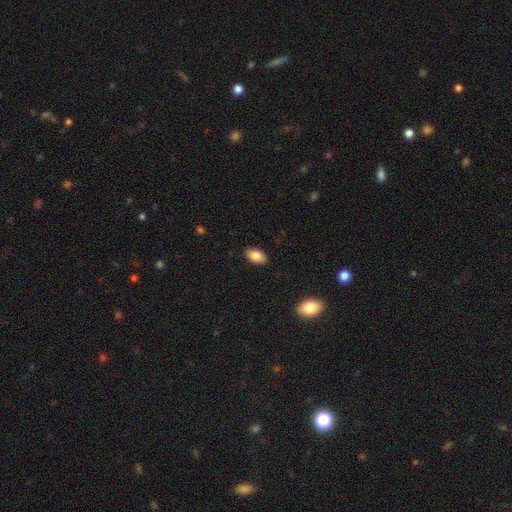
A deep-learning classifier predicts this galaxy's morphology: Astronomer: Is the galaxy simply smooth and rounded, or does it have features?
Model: smooth — 85%.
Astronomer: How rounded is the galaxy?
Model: in between — 93%.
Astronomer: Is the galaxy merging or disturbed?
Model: none — 88%.